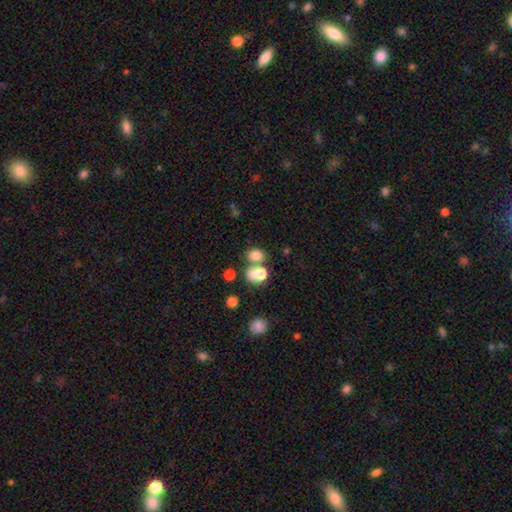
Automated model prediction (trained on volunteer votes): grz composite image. It shows a smooth galaxy with no disk features (78%) that is in between round and cigar-shaped (64%). Merging: merger (43%).